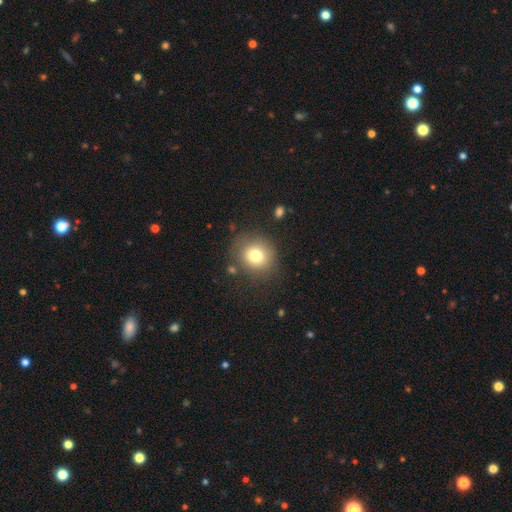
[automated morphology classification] Smooth or featured? Predicted: smooth (p=0.76). How rounded? Predicted: round (p=0.83). Merging? Predicted: none (p=0.80).